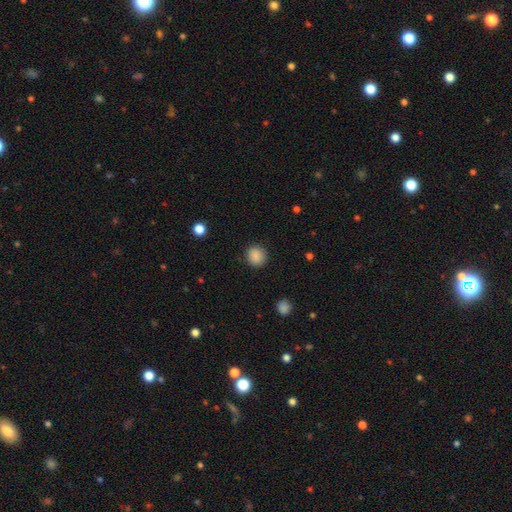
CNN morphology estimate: Q: Smooth or featured?
A: smooth (88%); runner-up: star or artifact (9%)
Q: How rounded?
A: round (86%); runner-up: in between (13%)
Q: Merging?
A: none (89%); runner-up: minor disturbance (7%)